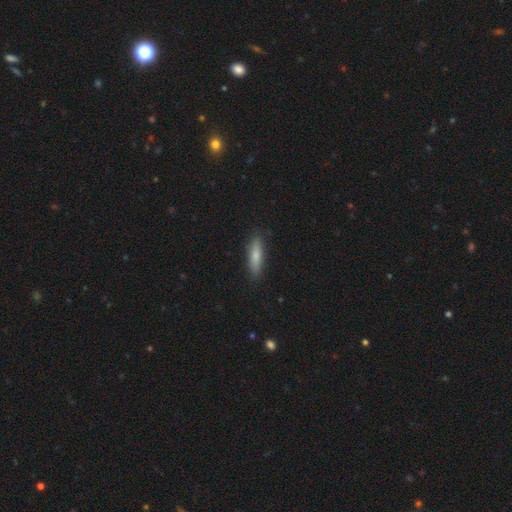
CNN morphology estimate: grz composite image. It shows a smooth galaxy with no disk features (77%) that is cigar-shaped (62%). Merging: none (88%).